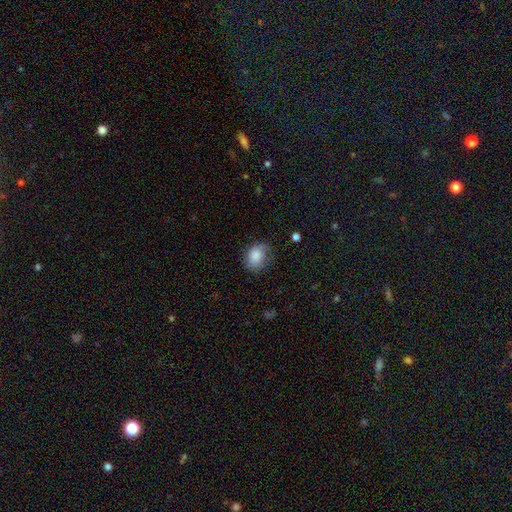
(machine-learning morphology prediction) smooth_or_featured: smooth (p=0.85) [alt: star or artifact p=0.07]
how_rounded: in between (p=0.55) [alt: round p=0.44]
merging: none (p=0.65) [alt: minor disturbance p=0.26]